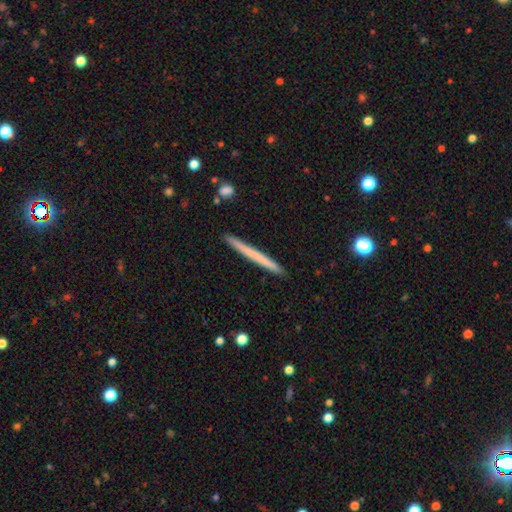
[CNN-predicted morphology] A smooth galaxy with no disk features (60%) that is cigar-shaped (97%).

Vote fractions:
- Smooth or featured? smooth: 60% / featured or disk: 35% / star or artifact: 5%
- How rounded? cigar-shaped: 97% / in between: 1% / round: 1%
- Merging? none: 92% / minor disturbance: 5% / merger: 1% / major disturbance: 1%